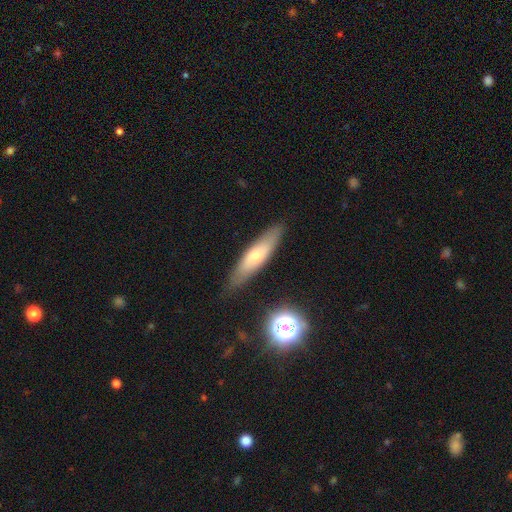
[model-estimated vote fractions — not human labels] Overall: smooth (59%; featured or disk 33%). How rounded: cigar-shaped (71%). Merging: none (82%).